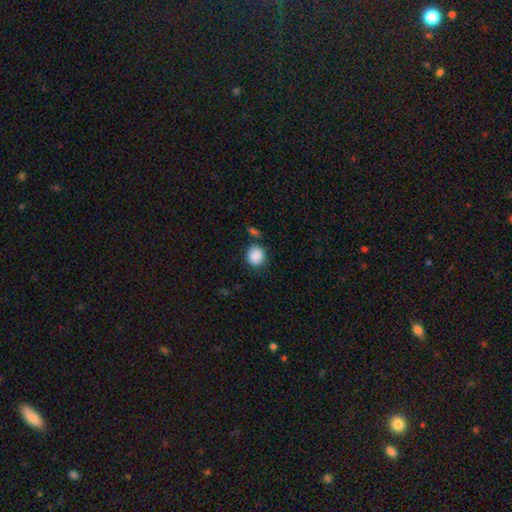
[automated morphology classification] The model was most divided on "how rounded": round: 80%, in between: 19%, cigar-shaped: 1%. More confident: smooth or featured — smooth (89%); merging — none (76%).